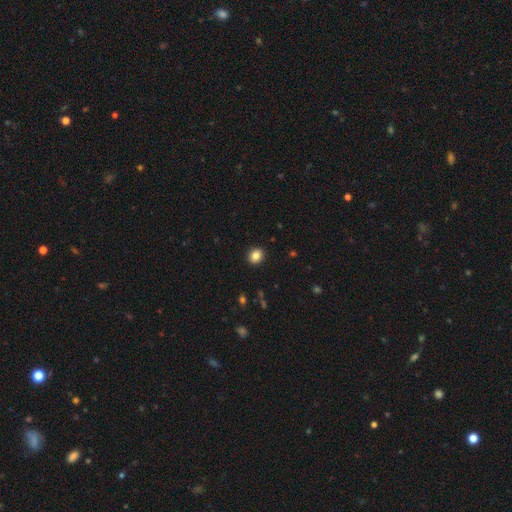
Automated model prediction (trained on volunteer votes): smooth 84%, star or artifact 10%, featured or disk 6%. Down the decision tree: how rounded — round (75%); merging — none (92%).